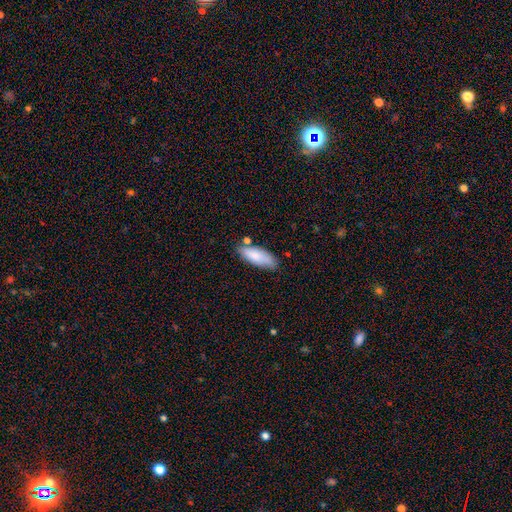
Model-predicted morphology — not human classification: smooth 82%, featured or disk 11%, star or artifact 6%. Down the decision tree: how rounded — in between (72%); merging — none (71%).